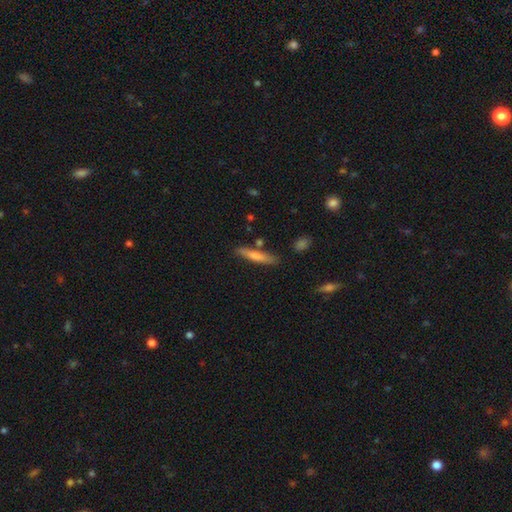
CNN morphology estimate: smooth-or-featured: smooth: 72% | featured or disk: 22% | star or artifact: 6%
  how-rounded: cigar-shaped: 90% | in between: 9% | round: 2%
  merging: none: 80% | minor disturbance: 12% | merger: 5% | major disturbance: 3%